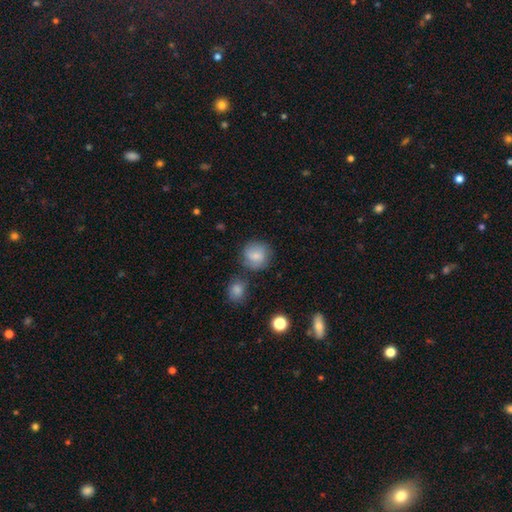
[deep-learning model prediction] Morphology: type=smooth (75%); roundness=round (89%); merging=none (70%).